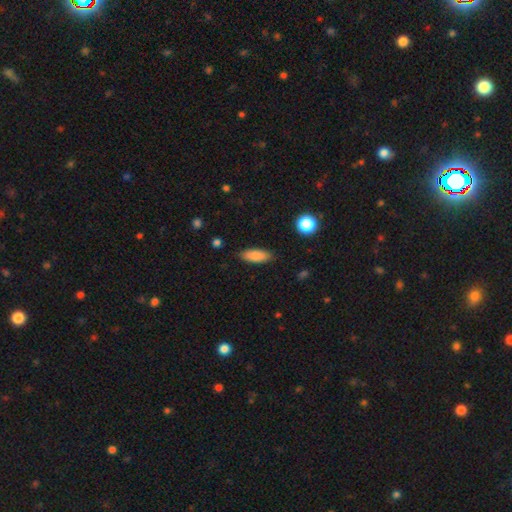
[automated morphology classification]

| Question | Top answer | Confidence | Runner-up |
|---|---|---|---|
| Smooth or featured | smooth | 86% | featured or disk (8%) |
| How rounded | in between | 73% | cigar-shaped (25%) |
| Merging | none | 86% | minor disturbance (11%) |